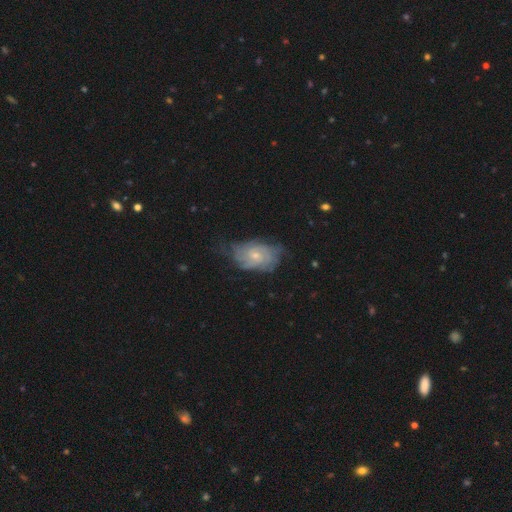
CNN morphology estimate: Q: Smooth or featured?
A: featured or disk (70%); runner-up: smooth (22%)
Q: Edge-on disk?
A: no (96%); runner-up: yes (4%)
Q: Bar?
A: no (68%); runner-up: weak (28%)
Q: Spiral arms?
A: yes (87%); runner-up: no (13%)
Q: Spiral winding?
A: tight (58%); runner-up: medium (31%)
Q: Spiral arm count?
A: can't tell (50%); runner-up: 2 (18%)
Q: Bulge size?
A: small (64%); runner-up: moderate (31%)
Q: Merging?
A: none (55%); runner-up: minor disturbance (29%)